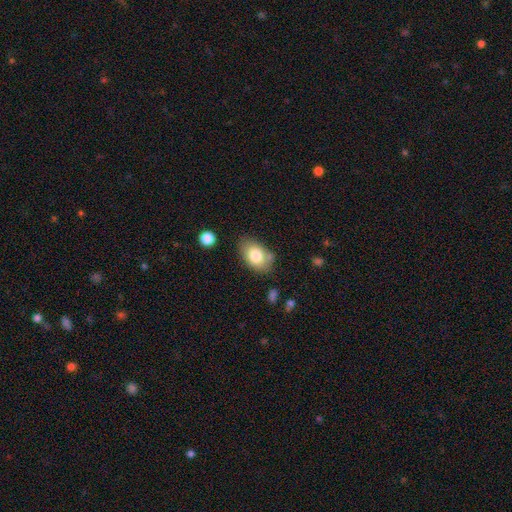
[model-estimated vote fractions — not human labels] Q: Smooth or featured?
A: smooth (81%); runner-up: featured or disk (11%)
Q: How rounded?
A: in between (88%); runner-up: round (11%)
Q: Merging?
A: none (71%); runner-up: minor disturbance (19%)